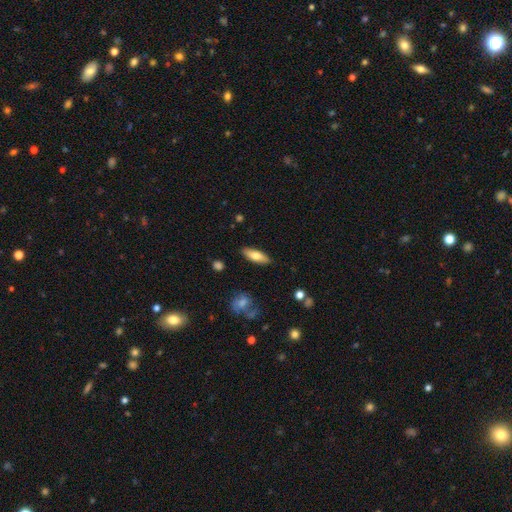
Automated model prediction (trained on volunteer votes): smooth 72%, featured or disk 22%, star or artifact 6%. Down the decision tree: how rounded — in between (64%); merging — none (87%).